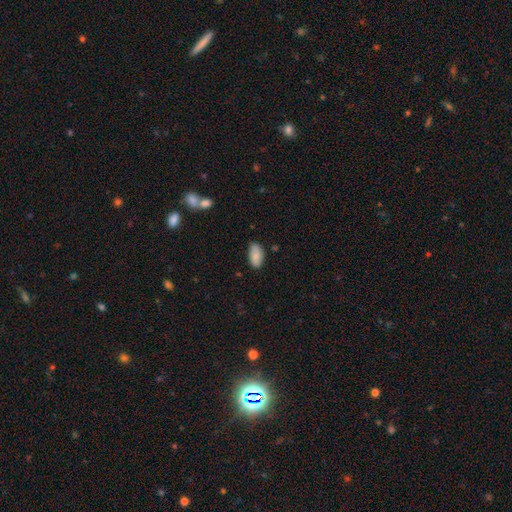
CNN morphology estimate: Smooth or featured? Predicted: smooth (p=0.82). How rounded? Predicted: in between (p=0.93). Merging? Predicted: none (p=0.76).